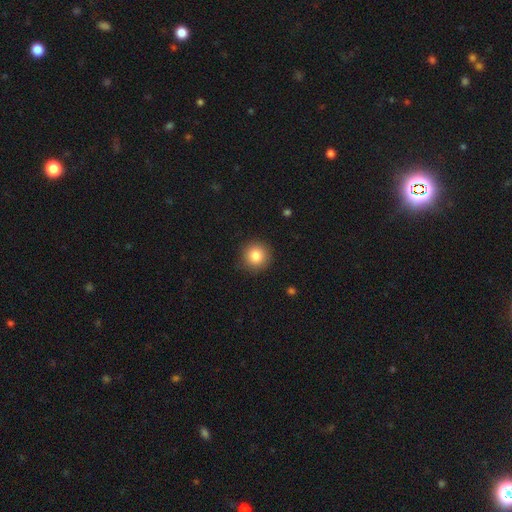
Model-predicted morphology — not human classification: Smooth or featured? smooth (83%)
How rounded? round (94%)
Merging? none (91%)